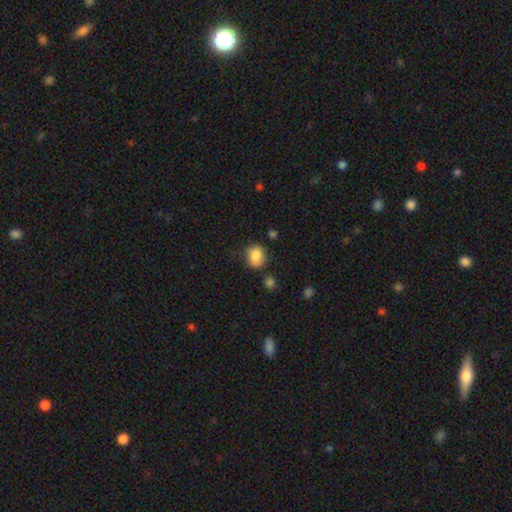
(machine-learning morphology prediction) This is clearly a smooth galaxy (85%). How rounded: possibly round (56%). Merging: likely none (70%).